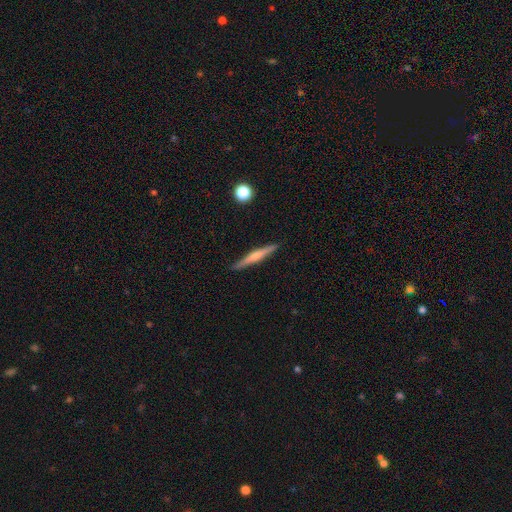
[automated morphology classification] This is possibly a featured or disk galaxy (54%). It is clearly viewed edge-on (98%). Edge-on bulge: possibly rounded (60%). Merging: clearly none (91%).